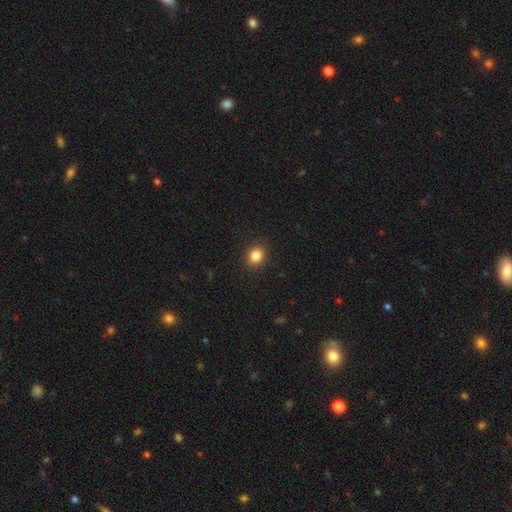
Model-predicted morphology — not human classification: smooth_or_featured: smooth (p=0.85) [alt: star or artifact p=0.10]
how_rounded: round (p=0.70) [alt: in between p=0.29]
merging: none (p=0.90) [alt: minor disturbance p=0.07]